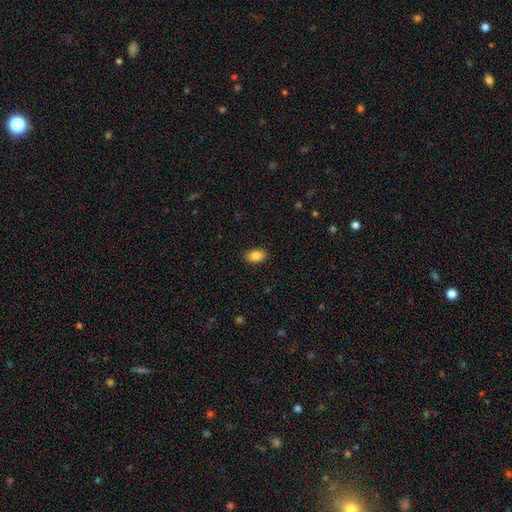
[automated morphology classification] A smooth galaxy with no disk features (86%) that is in between round and cigar-shaped (90%). Merging: none (89%).